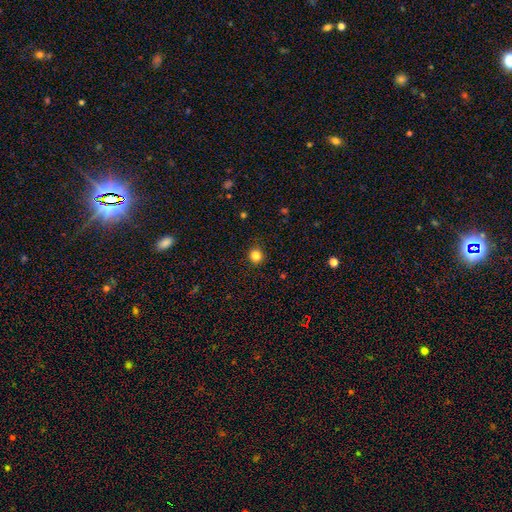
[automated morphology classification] smooth_or_featured: smooth (p=0.84) [alt: star or artifact p=0.13]
how_rounded: round (p=0.89) [alt: in between p=0.10]
merging: none (p=0.90) [alt: minor disturbance p=0.07]